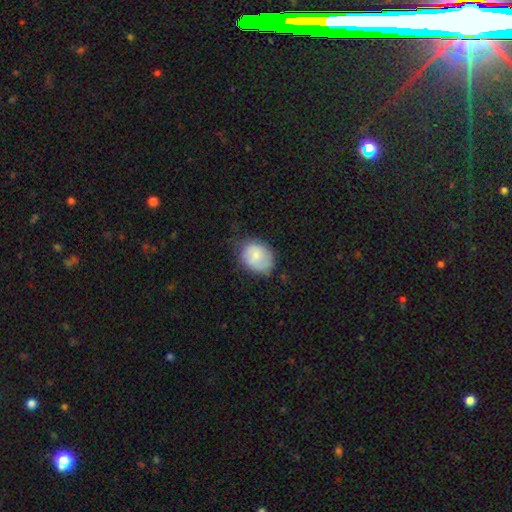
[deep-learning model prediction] This appears to be a smooth galaxy with no disk features (73%) that is in between round and cigar-shaped (54%). Merging: none (58%).